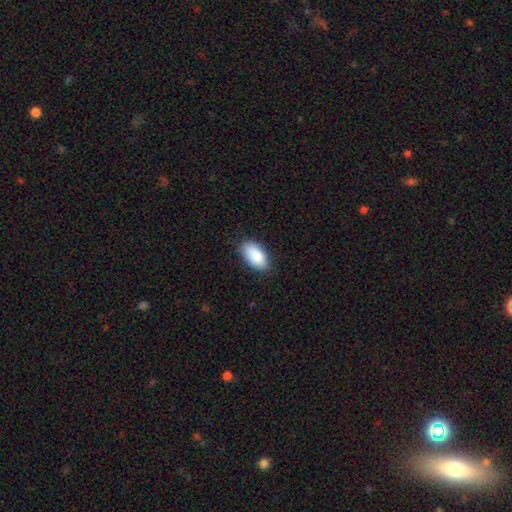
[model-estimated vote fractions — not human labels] smooth-or-featured: smooth: 89% | star or artifact: 6% | featured or disk: 5%
  how-rounded: in between: 95% | cigar-shaped: 3% | round: 3%
  merging: none: 83% | minor disturbance: 14% | major disturbance: 2% | merger: 1%